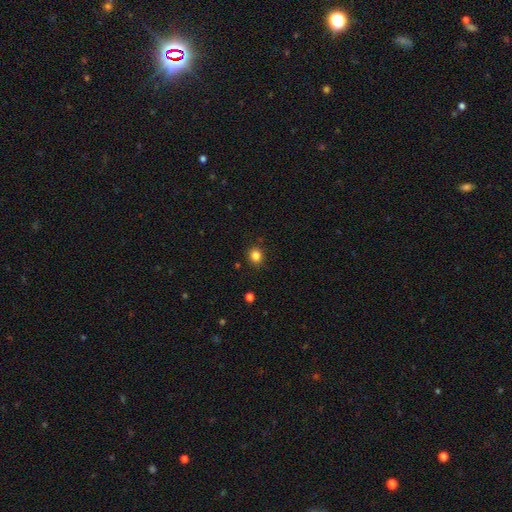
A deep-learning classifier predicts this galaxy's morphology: Smooth or featured?
  - smooth: 84% *
  - star or artifact: 11%
  - featured or disk: 4%
How rounded?
  - round: 80% *
  - in between: 19%
  - cigar-shaped: 1%
Merging?
  - none: 88% *
  - minor disturbance: 9%
  - major disturbance: 2%
  - merger: 1%